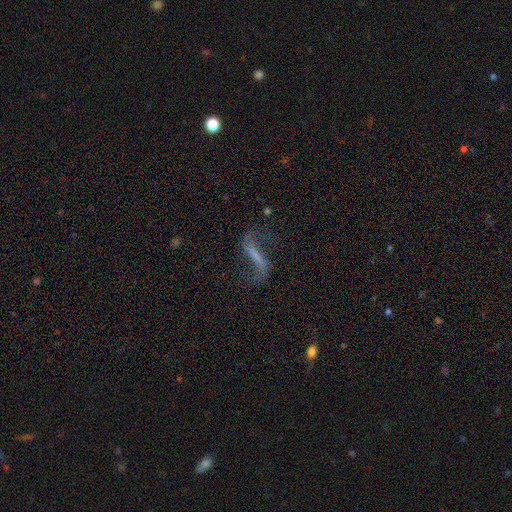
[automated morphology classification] This is likely a featured or disk galaxy (78%). It is clearly not viewed edge-on (91%). Bar: possibly strong (58%). Spiral arm pattern: clearly yes (90%). Spiral arm count: clearly 2 (91%). Spiral winding: clearly loose (90%). Central bulge: possibly none (60%). Merging: likely none (66%).